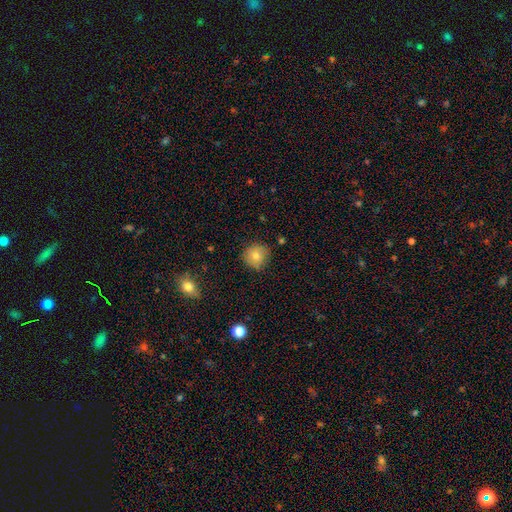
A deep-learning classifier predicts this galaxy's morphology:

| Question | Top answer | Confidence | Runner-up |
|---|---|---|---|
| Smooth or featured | smooth | 78% | featured or disk (11%) |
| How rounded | round | 91% | in between (8%) |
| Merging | none | 84% | minor disturbance (12%) |